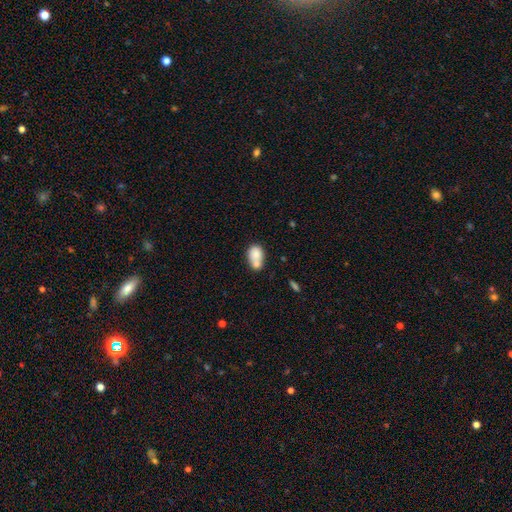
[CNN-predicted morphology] smooth 76%, featured or disk 15%, star or artifact 8%. Down the decision tree: how rounded — in between (74%); merging — merger (52%).